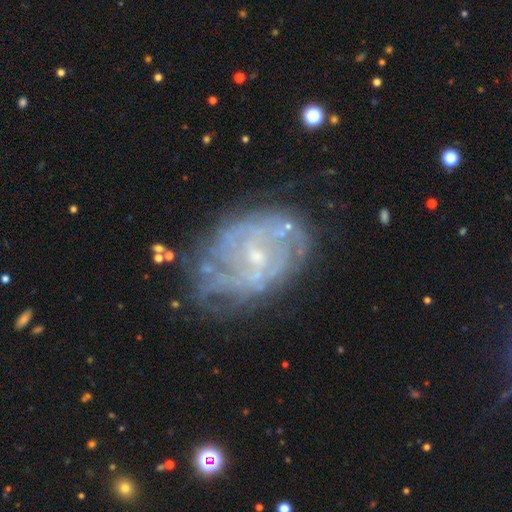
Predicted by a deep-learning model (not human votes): Smooth or featured?
  - featured or disk: 80% *
  - smooth: 12%
  - star or artifact: 8%
Edge-on disk?
  - no: 97% *
  - yes: 3%
Bar?
  - no: 46% *
  - weak: 45%
  - strong: 9%
Spiral arms?
  - yes: 75% *
  - no: 25%
Spiral winding?
  - tight: 53% *
  - medium: 33%
  - loose: 15%
Spiral arm count?
  - can't tell: 54% *
  - 2: 20%
  - 3: 10%
  - 4: 7%
  - 1: 5%
  - more than 4: 5%
Bulge size?
  - small: 66% *
  - moderate: 24%
  - none: 8%
  - large: 1%
  - dominant: 1%
Merging?
  - none: 59% *
  - minor disturbance: 24%
  - major disturbance: 14%
  - merger: 3%